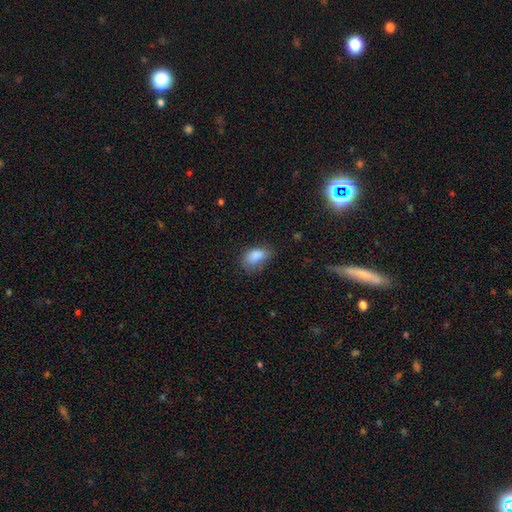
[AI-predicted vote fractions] Overall: smooth (86%). How rounded: in between (91%). Merging: none (60%; minor disturbance 29%).